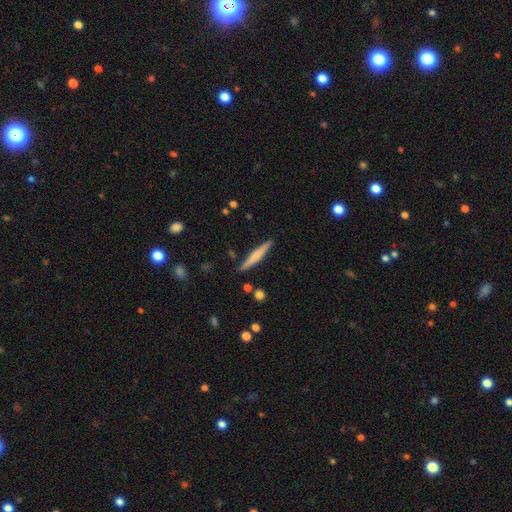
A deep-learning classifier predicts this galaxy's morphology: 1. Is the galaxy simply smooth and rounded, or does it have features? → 53% smooth, 41% featured or disk, 6% star or artifact.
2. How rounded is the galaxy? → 94% cigar-shaped, 5% in between, 1% round.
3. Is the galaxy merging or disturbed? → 89% none, 8% minor disturbance, 2% merger, 2% major disturbance.